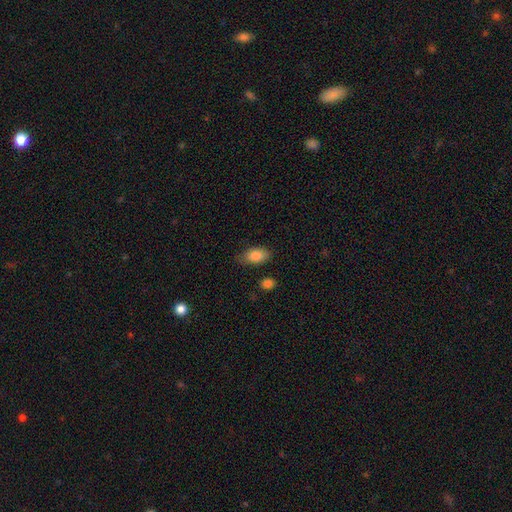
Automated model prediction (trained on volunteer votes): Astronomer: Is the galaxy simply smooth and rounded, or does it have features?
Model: smooth — 86%.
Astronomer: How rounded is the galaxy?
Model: in between — 91%.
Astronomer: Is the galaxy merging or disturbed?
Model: none — 76%.